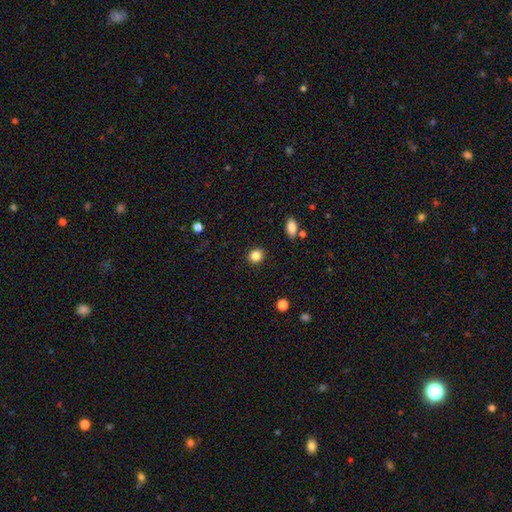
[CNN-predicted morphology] Overall: smooth (85%). How rounded: round (80%). Merging: none (91%).